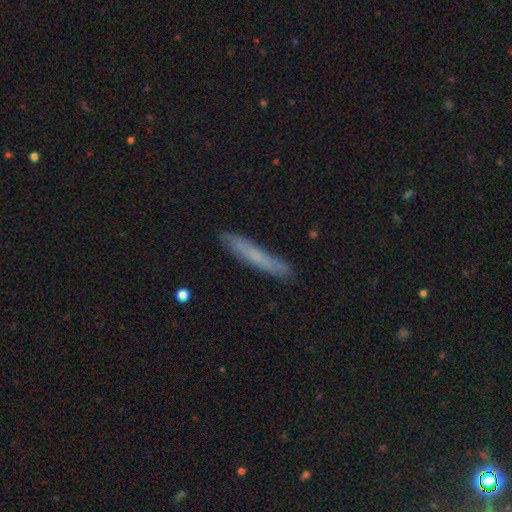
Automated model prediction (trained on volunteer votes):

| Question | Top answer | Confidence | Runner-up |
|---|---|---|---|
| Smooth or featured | smooth | 61% | featured or disk (31%) |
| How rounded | cigar-shaped | 95% | in between (4%) |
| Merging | none | 86% | minor disturbance (11%) |